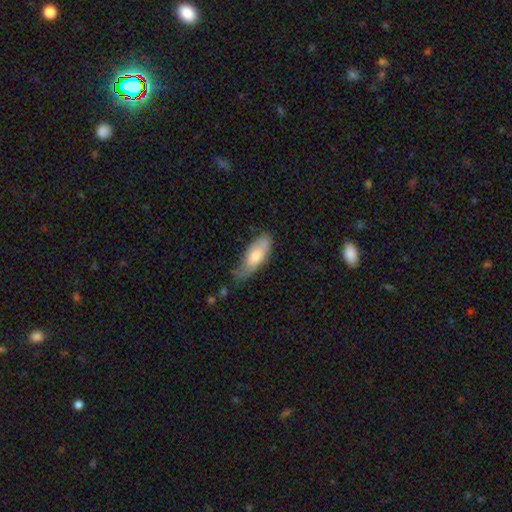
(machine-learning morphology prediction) smooth_or_featured: smooth (p=0.66) [alt: featured or disk p=0.28]
how_rounded: in between (p=0.73) [alt: cigar-shaped p=0.25]
merging: none (p=0.46) [alt: minor disturbance p=0.38]